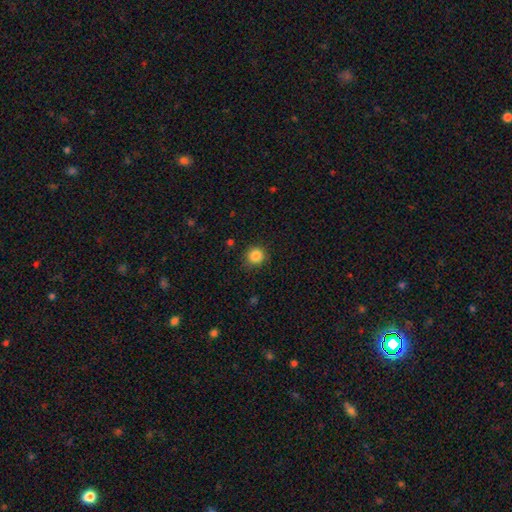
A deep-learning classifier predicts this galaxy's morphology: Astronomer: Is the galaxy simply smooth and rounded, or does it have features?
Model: smooth — 85%.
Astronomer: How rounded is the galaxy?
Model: round — 93%.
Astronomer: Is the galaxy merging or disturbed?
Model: none — 88%.